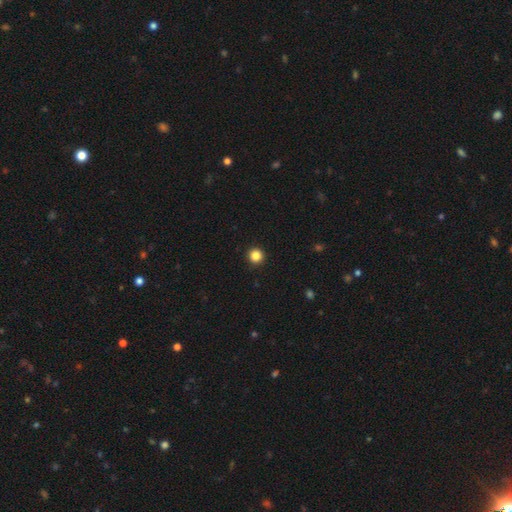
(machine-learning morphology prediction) A smooth galaxy with no disk features (85%) that is round (96%). Merging: none (94%).